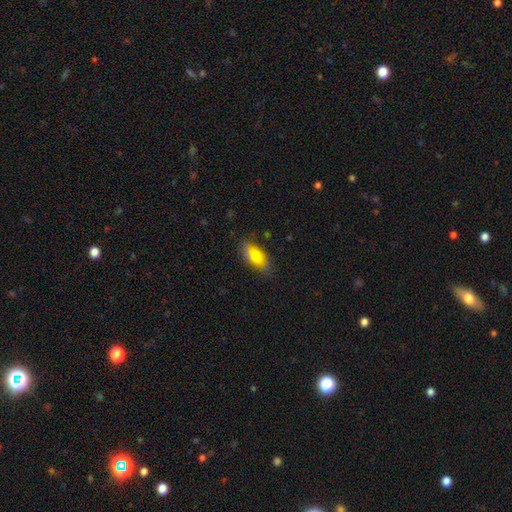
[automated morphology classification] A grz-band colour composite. It shows a smooth galaxy with no disk features (65%) that is in between round and cigar-shaped (84%). Merging: none (69%).